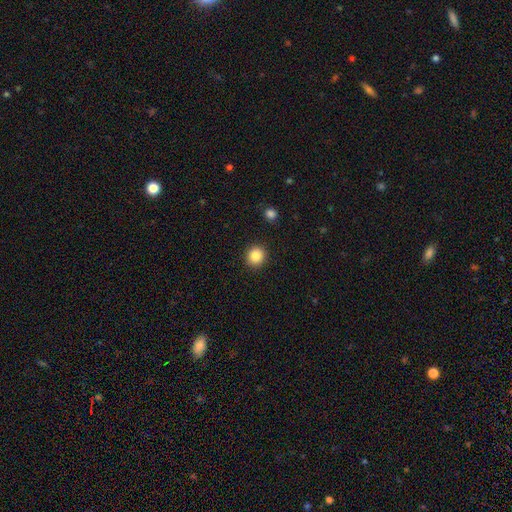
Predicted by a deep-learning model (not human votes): Overall: smooth (85%). How rounded: round (89%). Merging: none (91%).